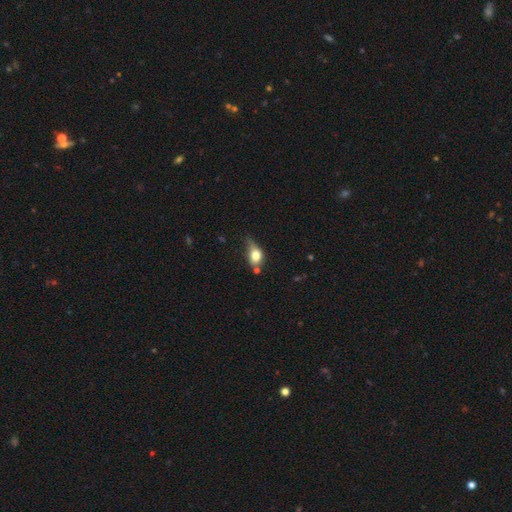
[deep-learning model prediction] smooth_or_featured: smooth (p=0.70) [alt: featured or disk p=0.21]
how_rounded: in between (p=0.67) [alt: round p=0.26]
merging: minor disturbance (p=0.36) [alt: none p=0.30]